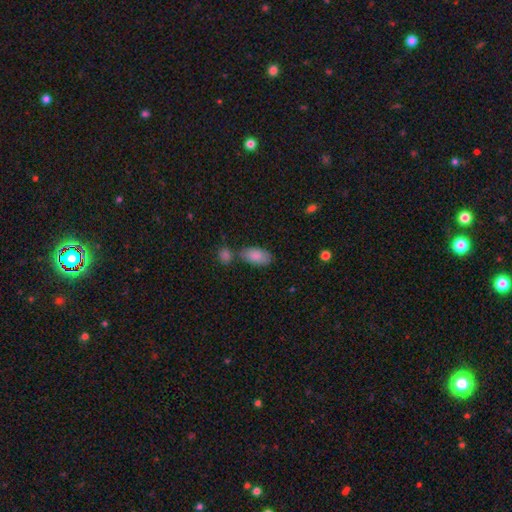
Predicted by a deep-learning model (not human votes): Overall: smooth (87%). How rounded: in between (93%). Merging: none (62%).